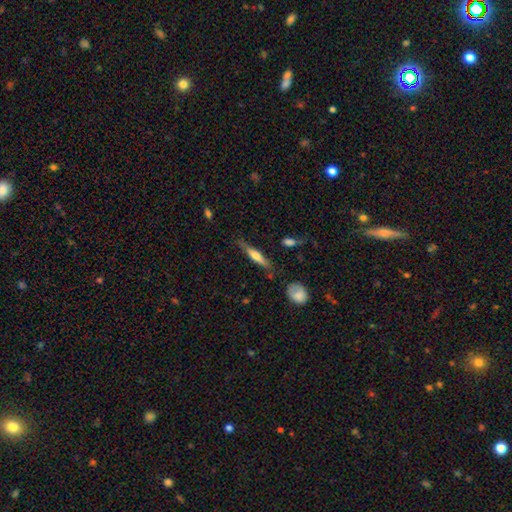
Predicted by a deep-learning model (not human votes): Smooth or featured: smooth — 47% (tied with featured or disk — 47%)
Merging: none — 76% (minor disturbance — 17%)